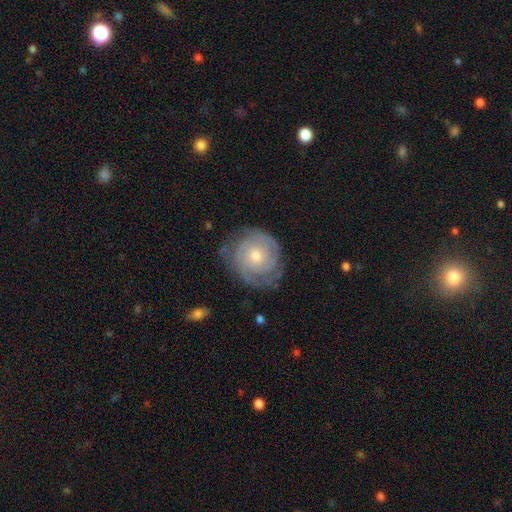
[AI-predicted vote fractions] The model was most divided on "spiral arm count": 2: 35%, can't tell: 33%, 3: 16%, 4: 6%, 1: 5%, more than 4: 4%. More confident: edge-on disk — no (97%); spiral arms — yes (93%); smooth or featured — featured or disk (81%); bar — no (80%); spiral winding — tight (77%); merging — none (74%); bulge size — moderate (52%).